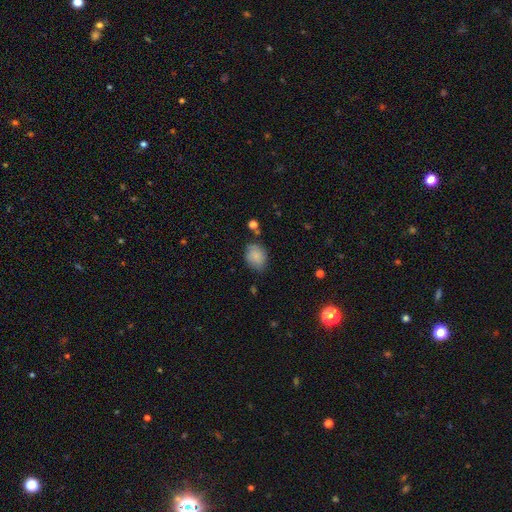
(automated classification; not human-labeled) A smooth galaxy with no disk features (84%) that is in between round and cigar-shaped (58%). Merging: none (68%).